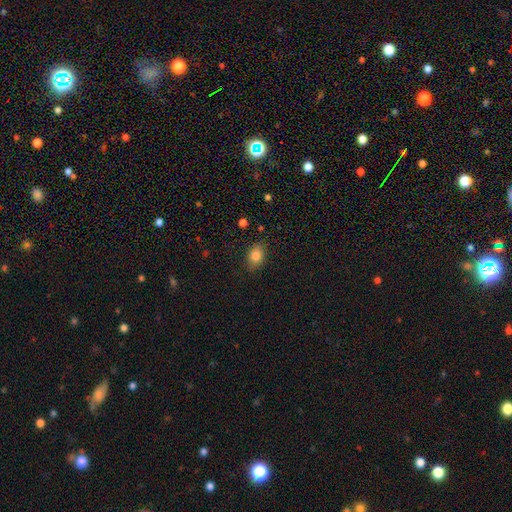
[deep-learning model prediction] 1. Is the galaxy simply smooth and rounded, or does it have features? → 82% smooth, 10% star or artifact, 8% featured or disk.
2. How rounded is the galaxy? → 69% in between, 29% round, 1% cigar-shaped.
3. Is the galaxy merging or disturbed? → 84% none, 12% minor disturbance, 3% major disturbance, 1% merger.